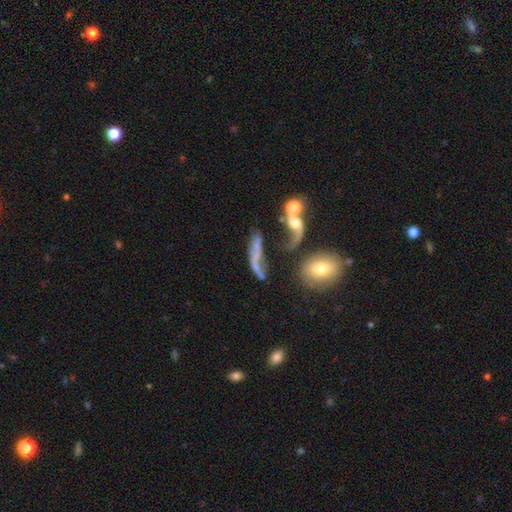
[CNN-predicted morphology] type=featured or disk (53%); edge-on=no (80%); merging=major disturbance (32%).